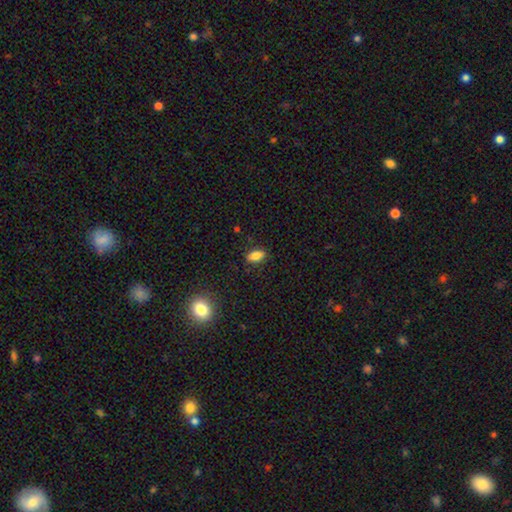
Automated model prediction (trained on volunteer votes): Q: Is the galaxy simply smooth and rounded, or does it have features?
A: smooth — 81%.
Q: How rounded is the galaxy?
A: in between — 87%.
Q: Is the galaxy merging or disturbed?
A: none — 86%.